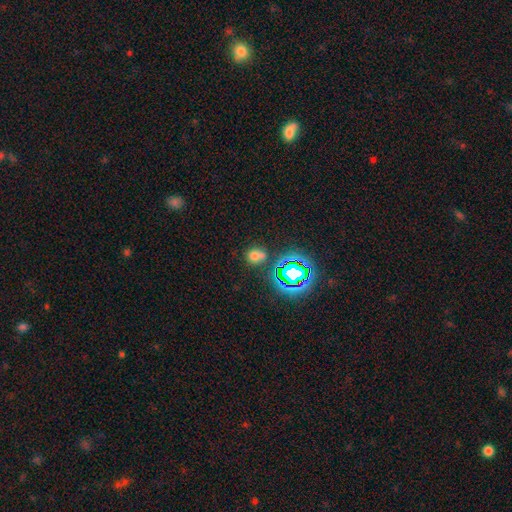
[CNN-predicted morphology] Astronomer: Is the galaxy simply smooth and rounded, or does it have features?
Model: smooth — 60%.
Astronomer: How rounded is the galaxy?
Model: round — 63%.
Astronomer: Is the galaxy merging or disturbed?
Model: none — 55%.